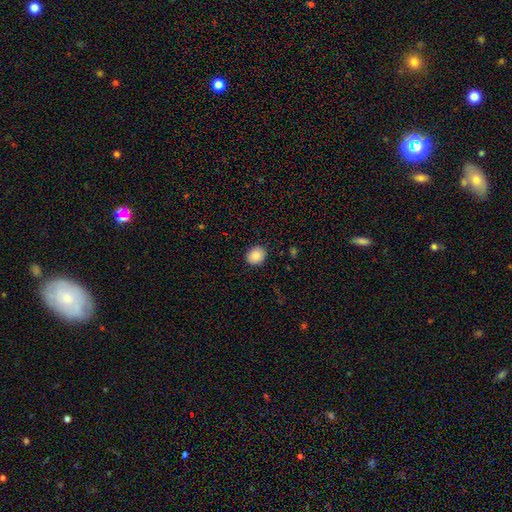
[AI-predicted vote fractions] smooth_or_featured: smooth (p=0.87) [alt: star or artifact p=0.08]
how_rounded: round (p=0.65) [alt: in between p=0.34]
merging: none (p=0.90) [alt: minor disturbance p=0.07]